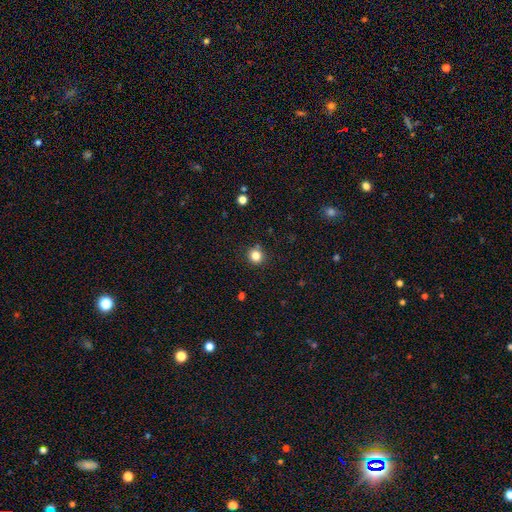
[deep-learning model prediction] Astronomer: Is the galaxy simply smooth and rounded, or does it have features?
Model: smooth — 82%.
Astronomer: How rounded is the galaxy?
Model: round — 92%.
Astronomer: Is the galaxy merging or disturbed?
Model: none — 89%.